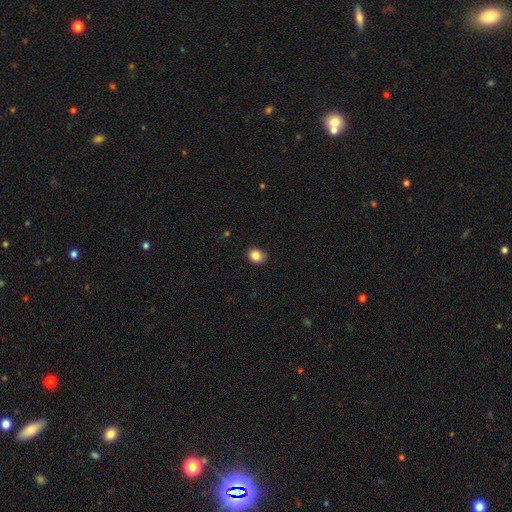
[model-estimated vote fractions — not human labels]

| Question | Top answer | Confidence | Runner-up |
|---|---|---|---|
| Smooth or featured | smooth | 85% | star or artifact (10%) |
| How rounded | round | 57% | in between (42%) |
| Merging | none | 83% | minor disturbance (14%) |